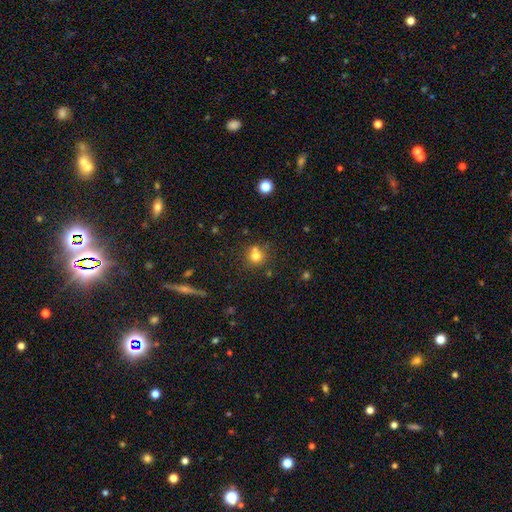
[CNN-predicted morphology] Smooth or featured?
  - smooth: 74% *
  - star or artifact: 15%
  - featured or disk: 11%
How rounded?
  - round: 88% *
  - in between: 11%
  - cigar-shaped: 1%
Merging?
  - none: 61% *
  - merger: 25%
  - minor disturbance: 10%
  - major disturbance: 4%